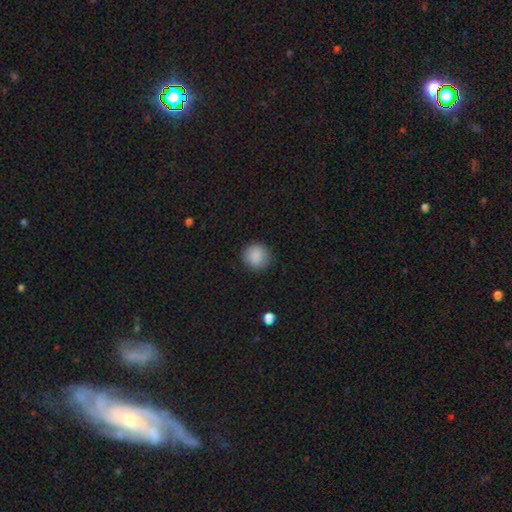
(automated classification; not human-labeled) The model was most divided on "merging": none: 88%, minor disturbance: 9%, major disturbance: 3%, merger: 1%. More confident: how rounded — round (92%); smooth or featured — smooth (88%).